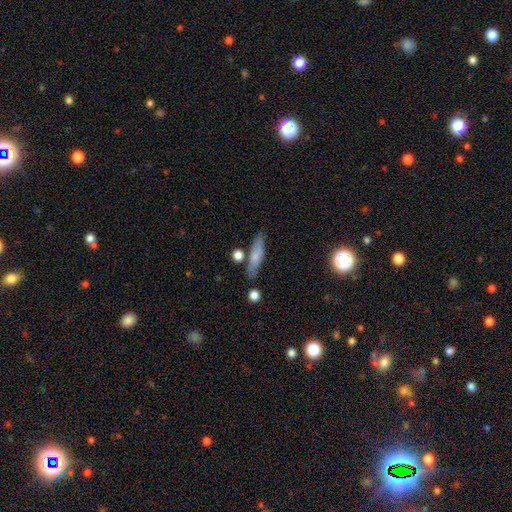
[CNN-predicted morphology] Smooth or featured? smooth (69%)
How rounded? cigar-shaped (70%)
Merging? none (77%)